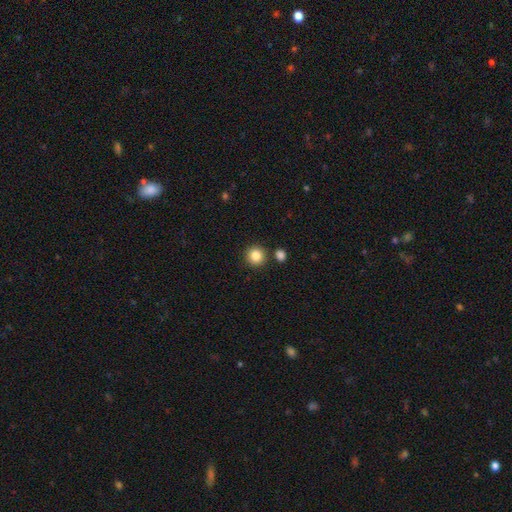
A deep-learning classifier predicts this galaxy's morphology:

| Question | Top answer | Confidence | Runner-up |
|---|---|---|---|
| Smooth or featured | smooth | 86% | star or artifact (10%) |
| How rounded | round | 93% | in between (6%) |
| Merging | none | 85% | minor disturbance (7%) |